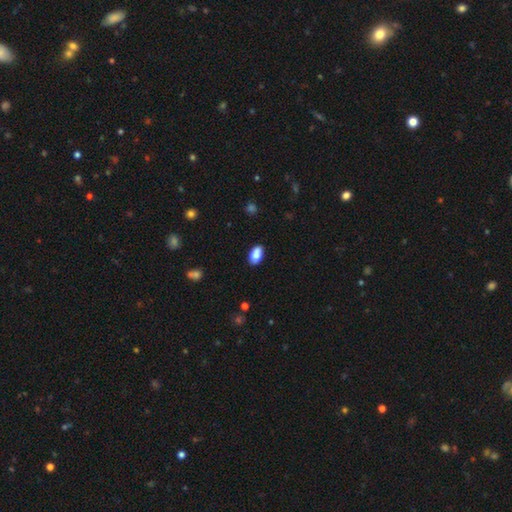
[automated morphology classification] Q: Smooth or featured?
A: smooth (83%); runner-up: featured or disk (10%)
Q: How rounded?
A: in between (93%); runner-up: round (5%)
Q: Merging?
A: none (79%); runner-up: minor disturbance (15%)